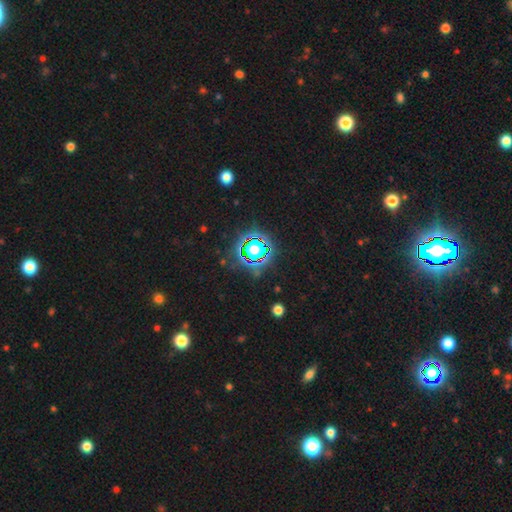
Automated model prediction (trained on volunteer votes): A star or artifact, not a galaxy (80%).